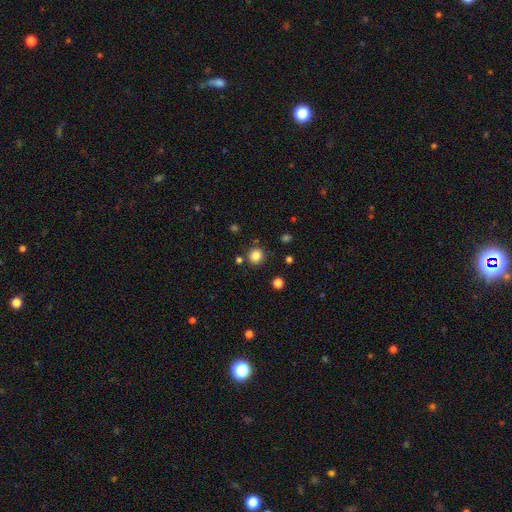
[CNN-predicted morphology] Smooth or featured: smooth — 84% (star or artifact — 12%)
How rounded: round — 91% (in between — 8%)
Merging: none — 86% (minor disturbance — 7%)